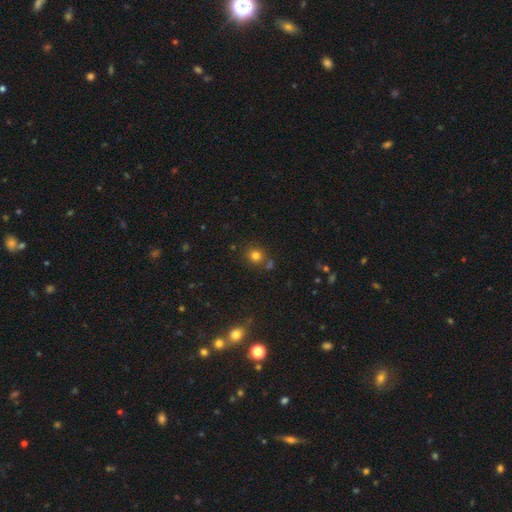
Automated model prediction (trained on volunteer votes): smooth-or-featured: smooth: 78% | star or artifact: 16% | featured or disk: 6%
  how-rounded: round: 83% | in between: 16% | cigar-shaped: 1%
  merging: none: 76% | minor disturbance: 10% | merger: 10% | major disturbance: 3%